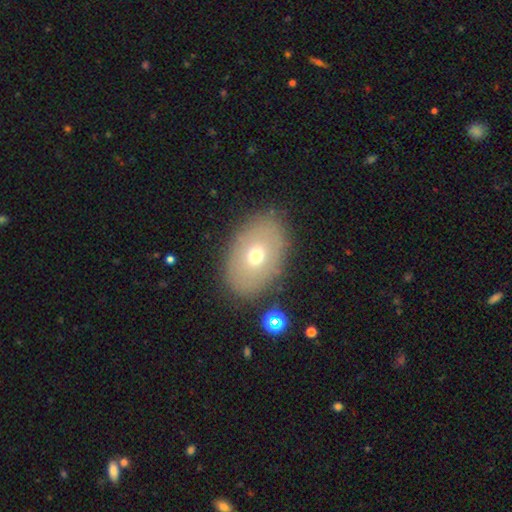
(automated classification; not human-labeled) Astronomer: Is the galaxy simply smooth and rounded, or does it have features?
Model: smooth — 63%.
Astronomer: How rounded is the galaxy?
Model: in between — 84%.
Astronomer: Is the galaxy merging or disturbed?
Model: none — 83%.